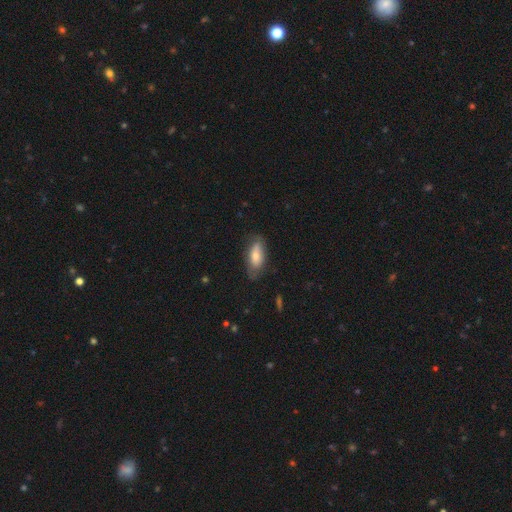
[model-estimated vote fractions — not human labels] Q: Smooth or featured?
A: smooth (63%); runner-up: featured or disk (31%)
Q: How rounded?
A: in between (82%); runner-up: cigar-shaped (15%)
Q: Merging?
A: none (71%); runner-up: minor disturbance (22%)